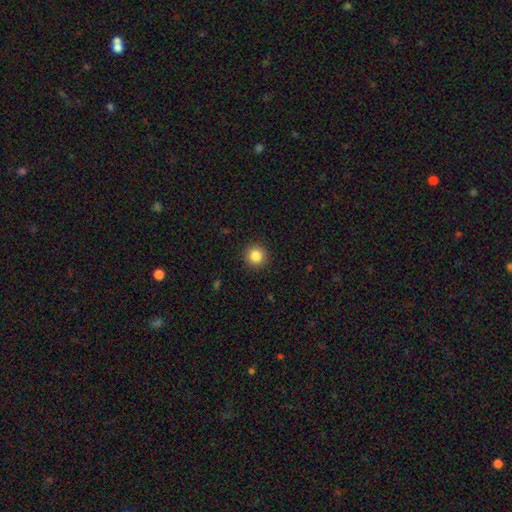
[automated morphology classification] A smooth galaxy with no disk features (86%) that is round (95%). Merging: none (92%).